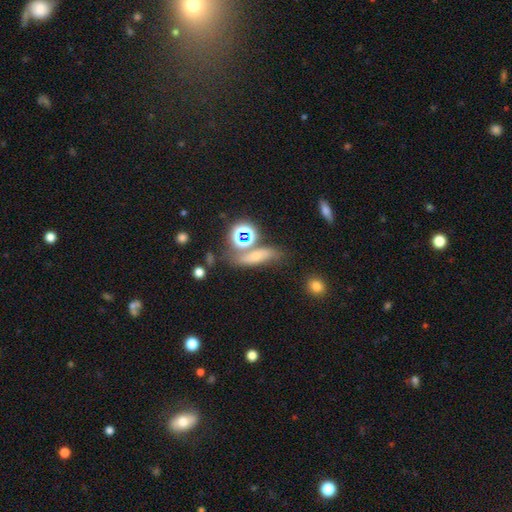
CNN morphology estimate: Smooth or featured? smooth (58%)
How rounded? cigar-shaped (41%)
Merging? none (58%)